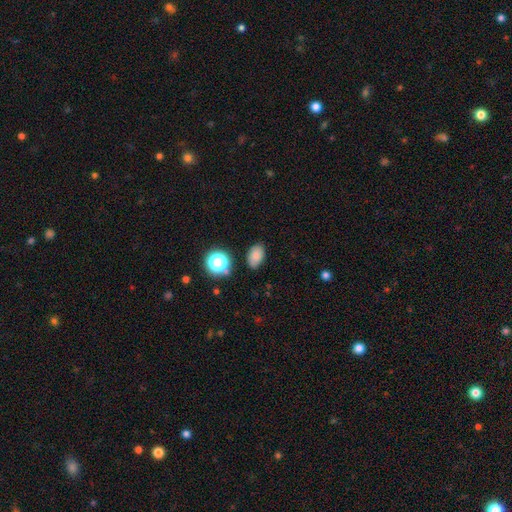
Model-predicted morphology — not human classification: type=smooth (79%); roundness=in between (86%); merging=none (83%).